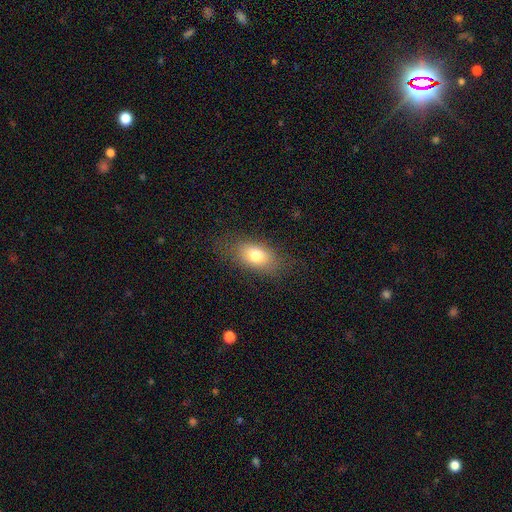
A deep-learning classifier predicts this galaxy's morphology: smooth-or-featured: smooth: 76% | featured or disk: 15% | star or artifact: 10%
  how-rounded: in between: 84% | round: 12% | cigar-shaped: 4%
  merging: none: 76% | minor disturbance: 15% | major disturbance: 7% | merger: 1%